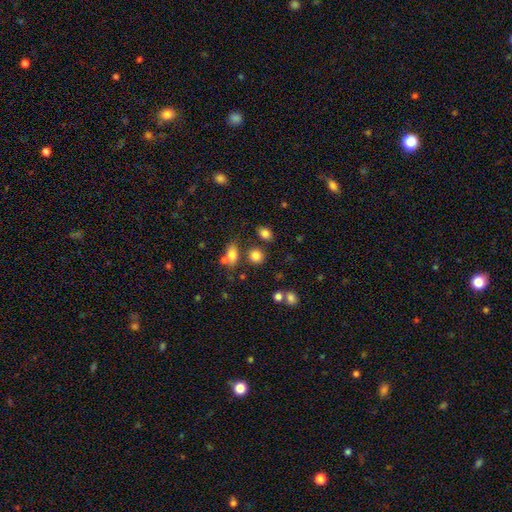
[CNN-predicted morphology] Smooth or featured? smooth (81%)
How rounded? round (68%)
Merging? none (71%)